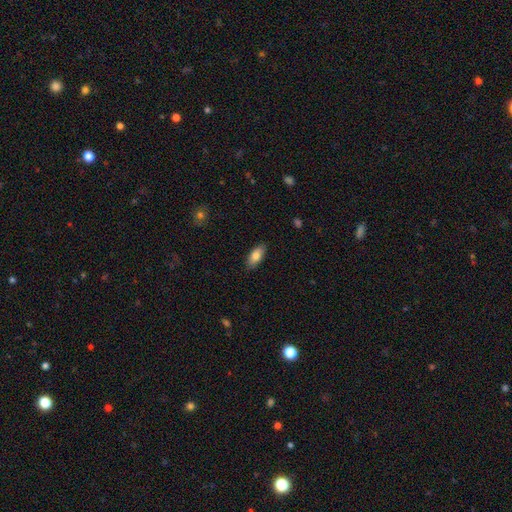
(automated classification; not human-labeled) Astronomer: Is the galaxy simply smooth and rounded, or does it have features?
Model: smooth — 80%.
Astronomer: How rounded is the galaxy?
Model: in between — 87%.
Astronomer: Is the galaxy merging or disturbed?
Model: none — 87%.